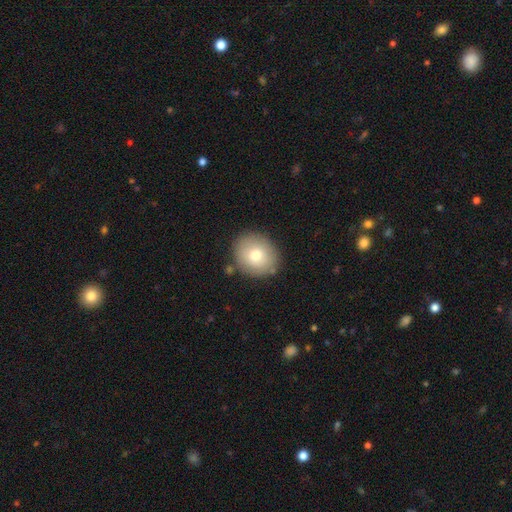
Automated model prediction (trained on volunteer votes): Smooth or featured?
  - smooth: 75% *
  - featured or disk: 16%
  - star or artifact: 9%
How rounded?
  - round: 74% *
  - in between: 25%
  - cigar-shaped: 1%
Merging?
  - none: 84% *
  - minor disturbance: 10%
  - merger: 3%
  - major disturbance: 3%